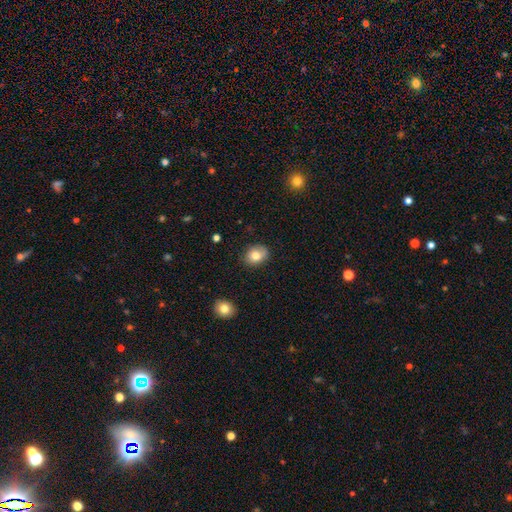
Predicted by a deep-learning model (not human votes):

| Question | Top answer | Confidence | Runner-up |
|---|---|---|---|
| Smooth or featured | smooth | 80% | featured or disk (10%) |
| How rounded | in between | 52% | round (47%) |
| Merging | none | 78% | minor disturbance (17%) |